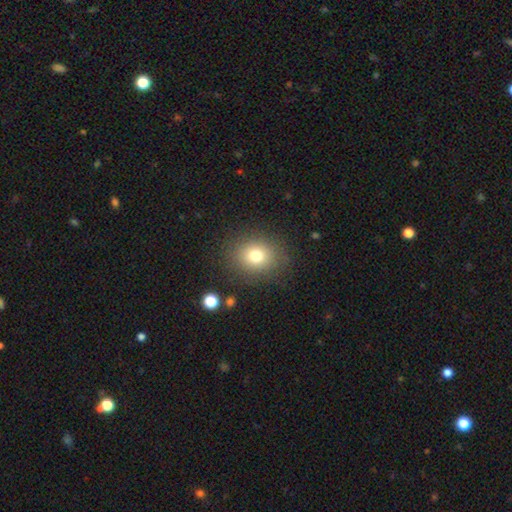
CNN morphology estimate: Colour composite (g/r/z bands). It shows a smooth galaxy with no disk features (76%) that is round (66%). Merging: none (85%).